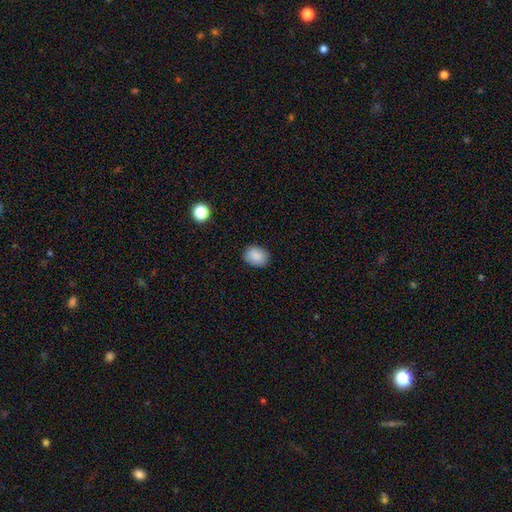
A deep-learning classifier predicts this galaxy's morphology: Smooth or featured? Predicted: smooth (p=0.88). How rounded? Predicted: in between (p=0.65). Merging? Predicted: none (p=0.86).